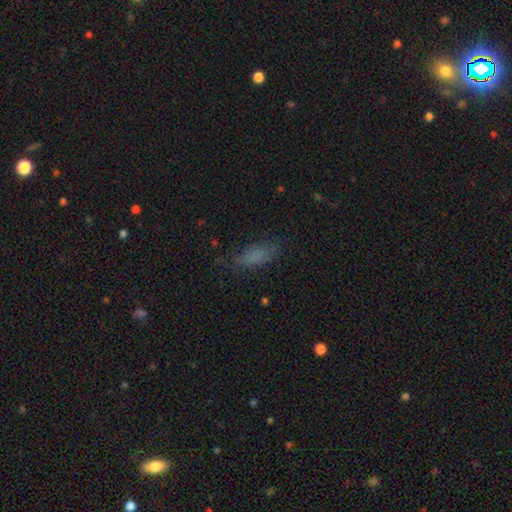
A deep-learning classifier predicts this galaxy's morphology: Smooth or featured?
  - smooth: 76% *
  - star or artifact: 13%
  - featured or disk: 11%
How rounded?
  - in between: 68% *
  - cigar-shaped: 28%
  - round: 3%
Merging?
  - none: 68% *
  - minor disturbance: 21%
  - major disturbance: 9%
  - merger: 2%